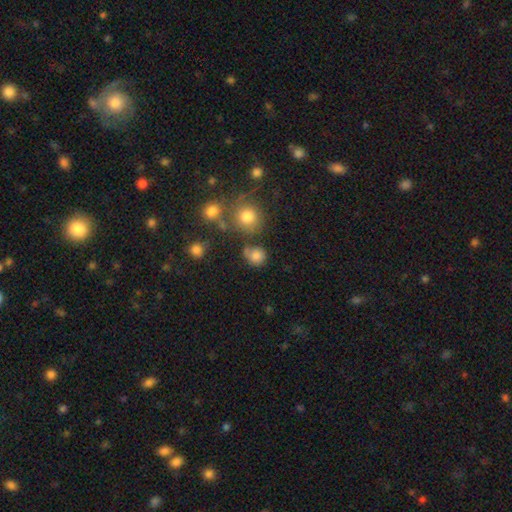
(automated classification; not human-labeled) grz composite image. It shows a smooth galaxy with no disk features (78%) that is round (83%). Merging: none (62%).